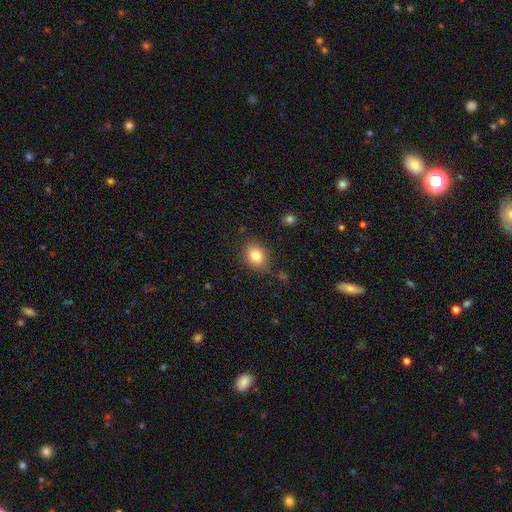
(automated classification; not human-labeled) Smooth or featured: smooth — 82% (star or artifact — 10%)
How rounded: in between — 61% (round — 38%)
Merging: none — 82% (minor disturbance — 13%)